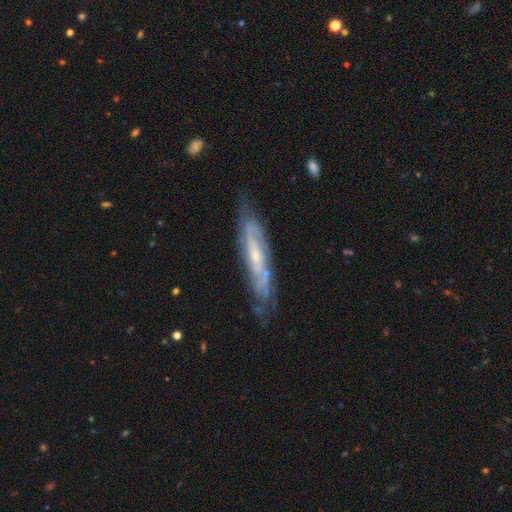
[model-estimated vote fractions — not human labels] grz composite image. It shows a featured or disk galaxy (78%). Merging: none (70%).